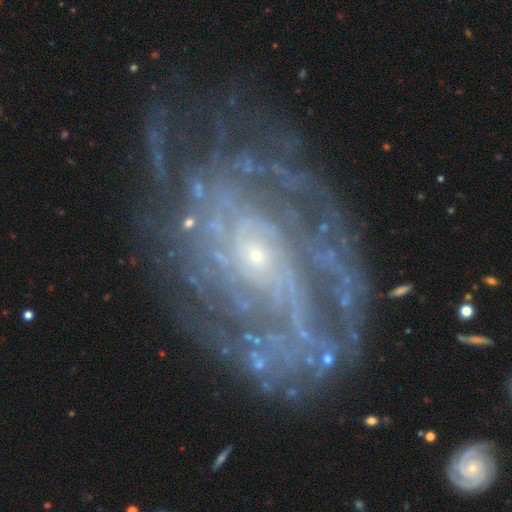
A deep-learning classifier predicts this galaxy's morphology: Smooth or featured? featured or disk (84%)
Edge-on disk? no (95%)
Bar? no (61%)
Spiral arms? yes (91%)
Spiral winding? tight (63%)
Spiral arm count? can't tell (43%)
Bulge size? small (82%)
Merging? none (70%)